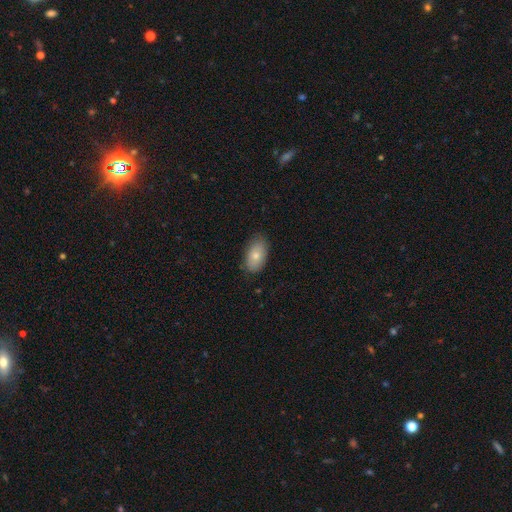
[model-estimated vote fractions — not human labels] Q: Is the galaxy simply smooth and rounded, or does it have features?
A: smooth — 76%.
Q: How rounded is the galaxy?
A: in between — 92%.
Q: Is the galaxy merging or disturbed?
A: none — 80%.